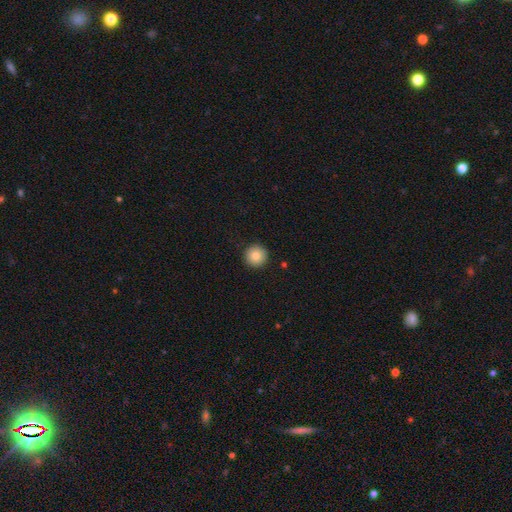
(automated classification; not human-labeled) Smooth or featured? smooth (82%)
How rounded? round (96%)
Merging? none (93%)